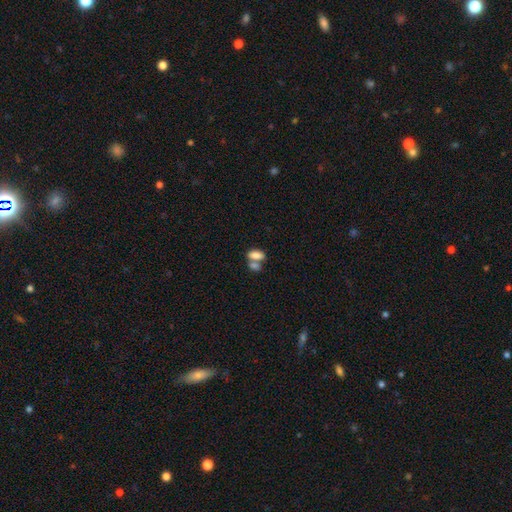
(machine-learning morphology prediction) This appears to be a smooth galaxy with no disk features (80%) that is in between round and cigar-shaped (89%). Merging: merger (55%).